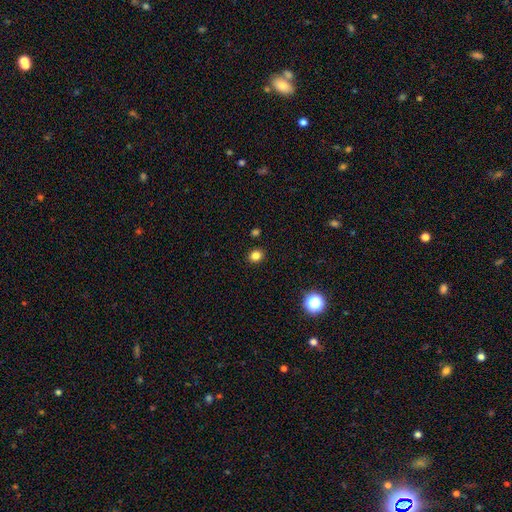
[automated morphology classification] Smooth or featured? Predicted: smooth (p=0.82). How rounded? Predicted: round (p=0.71). Merging? Predicted: none (p=0.90).